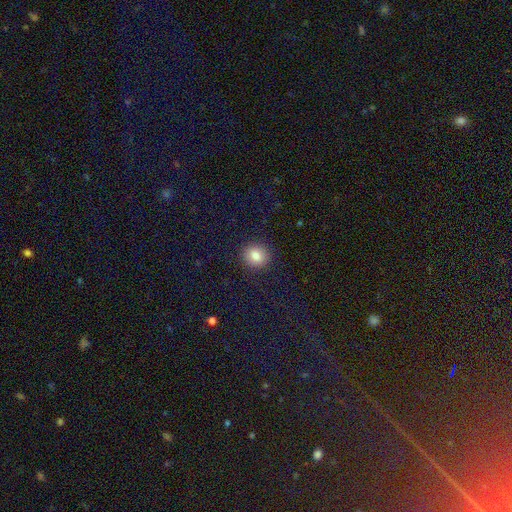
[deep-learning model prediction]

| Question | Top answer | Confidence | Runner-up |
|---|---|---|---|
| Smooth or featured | smooth | 83% | star or artifact (10%) |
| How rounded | round | 83% | in between (16%) |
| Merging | none | 91% | minor disturbance (6%) |